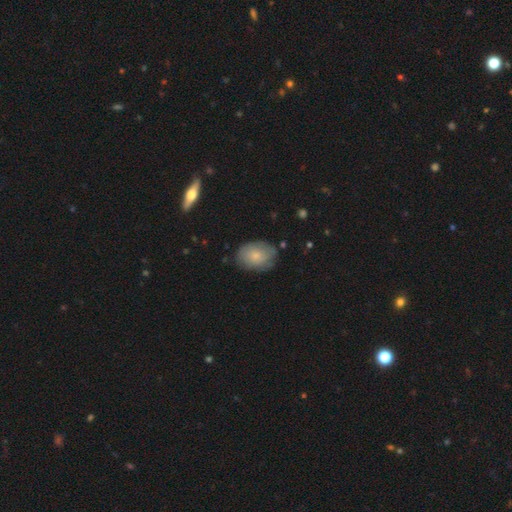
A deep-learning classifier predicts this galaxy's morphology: The model was most divided on "smooth or featured": smooth: 74%, featured or disk: 20%, star or artifact: 6%. More confident: how rounded — in between (79%); merging — none (76%).